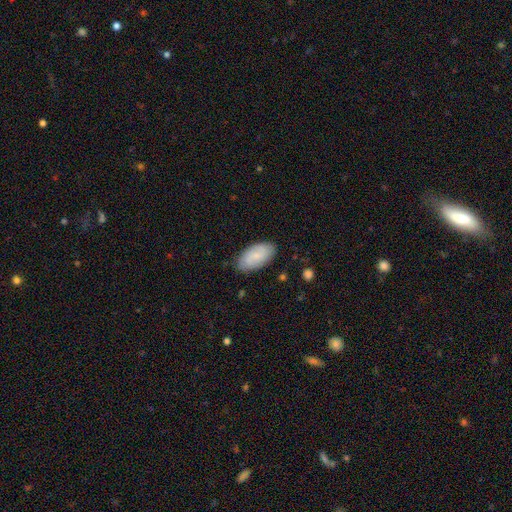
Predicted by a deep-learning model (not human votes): smooth-or-featured: smooth: 73% | featured or disk: 21% | star or artifact: 6%
  how-rounded: in between: 94% | cigar-shaped: 3% | round: 2%
  merging: none: 83% | minor disturbance: 13% | major disturbance: 2% | merger: 1%